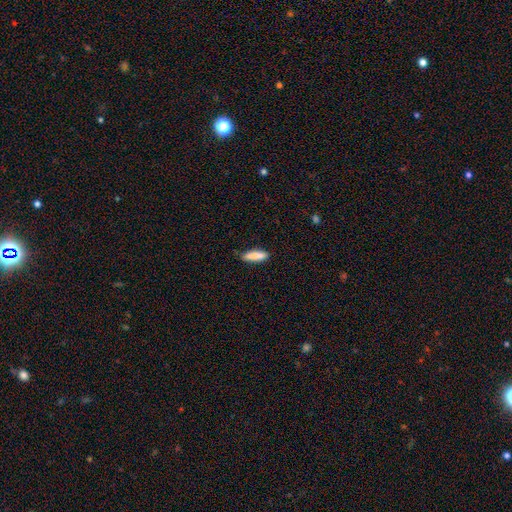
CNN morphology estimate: This is clearly a smooth galaxy (87%). How rounded: likely cigar-shaped (66%). Merging: clearly none (81%).